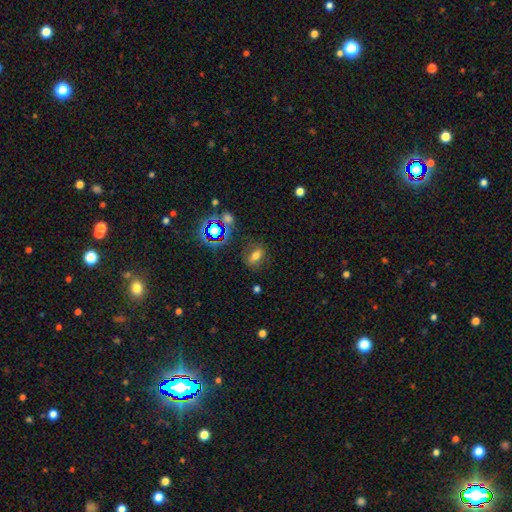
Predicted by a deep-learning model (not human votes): A smooth galaxy with no disk features (60%) that is in between round and cigar-shaped (72%). Merging: none (80%).